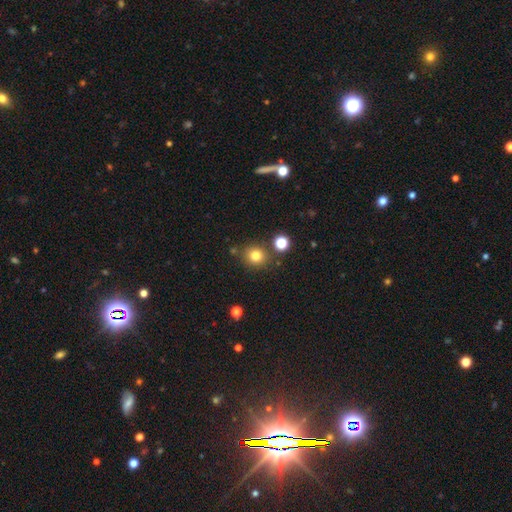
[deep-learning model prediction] The model was most divided on "smooth or featured": smooth: 79%, star or artifact: 14%, featured or disk: 7%. More confident: how rounded — round (86%); merging — none (80%).